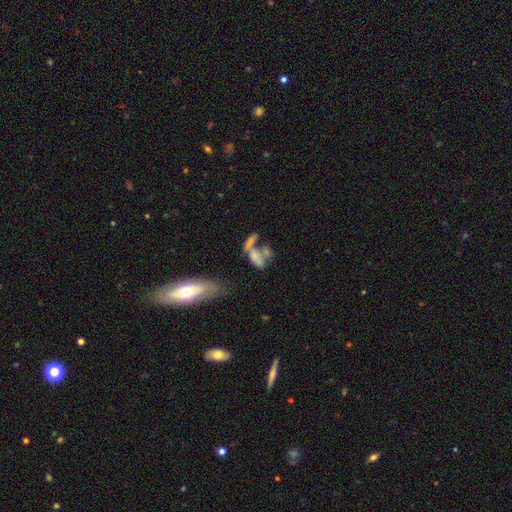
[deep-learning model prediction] A smooth galaxy with no disk features (56%) that is in between round and cigar-shaped (81%). Merging: merger (54%).